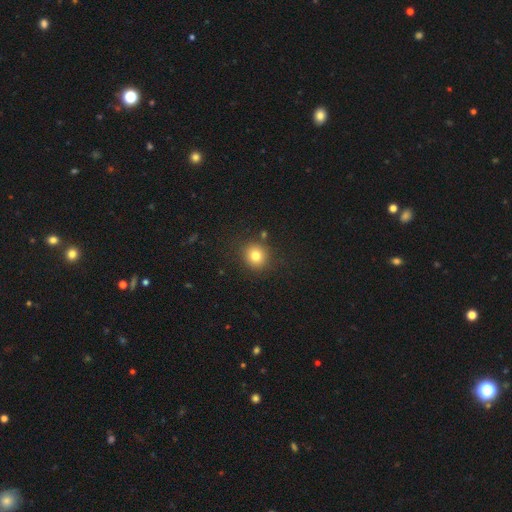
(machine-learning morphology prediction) type=smooth (79%); roundness=round (87%); merging=none (87%).